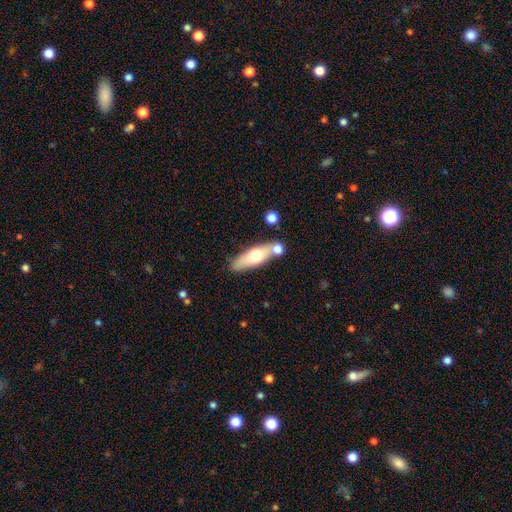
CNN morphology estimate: This appears to be a smooth galaxy with no disk features (53%) that is cigar-shaped (50%). Merging: none (69%).